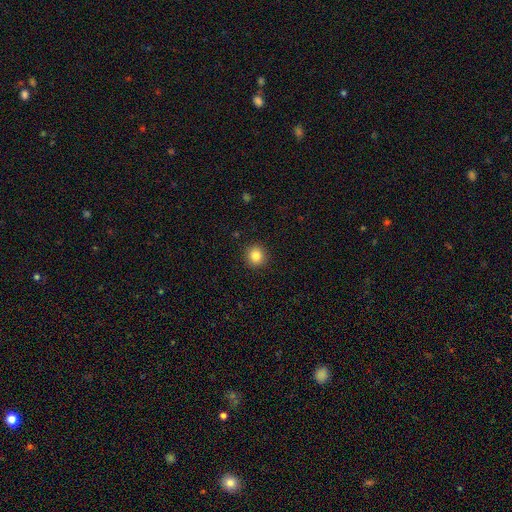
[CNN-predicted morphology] A smooth galaxy with no disk features (84%) that is round (93%).

Vote fractions:
- Smooth or featured? smooth: 84% / star or artifact: 10% / featured or disk: 6%
- How rounded? round: 93% / in between: 7% / cigar-shaped: 1%
- Merging? none: 92% / minor disturbance: 5% / major disturbance: 2% / merger: 1%